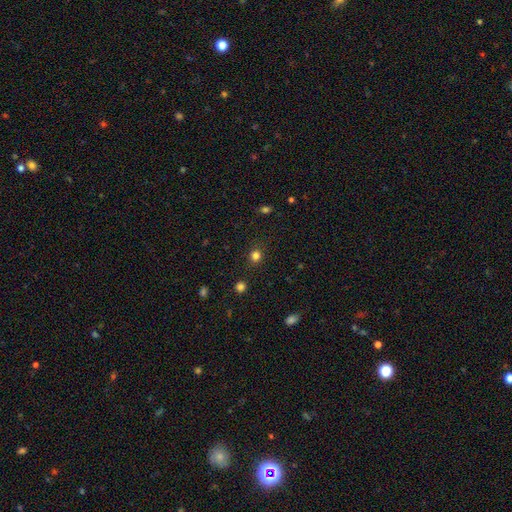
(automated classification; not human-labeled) This appears to be a smooth galaxy with no disk features (79%) that is round (85%). Merging: none (88%).